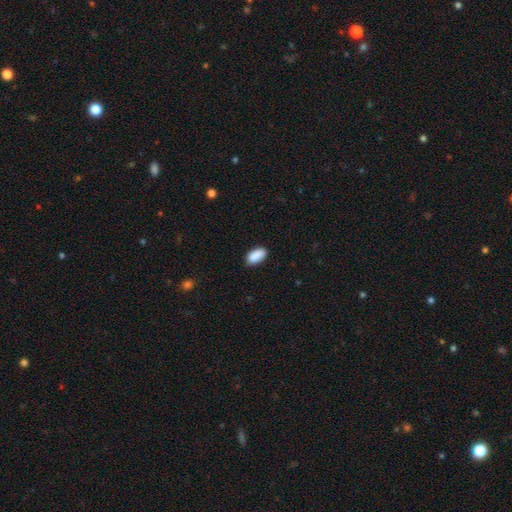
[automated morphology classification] This appears to be a smooth galaxy with no disk features (90%) that is in between round and cigar-shaped (93%). Merging: none (84%).